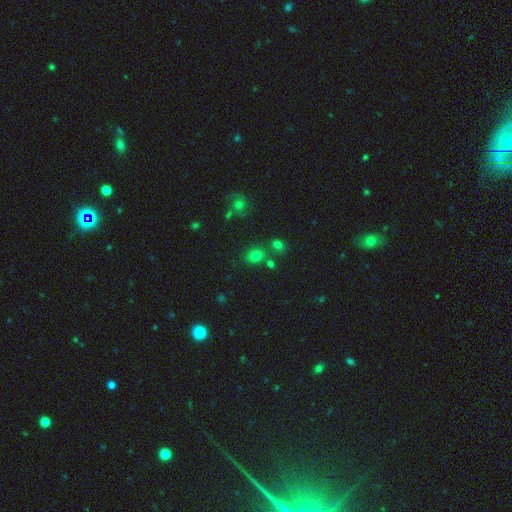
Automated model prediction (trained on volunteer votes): smooth_or_featured: smooth (p=0.74) [alt: star or artifact p=0.19]
how_rounded: round (p=0.55) [alt: in between p=0.43]
merging: none (p=0.70) [alt: merger p=0.14]